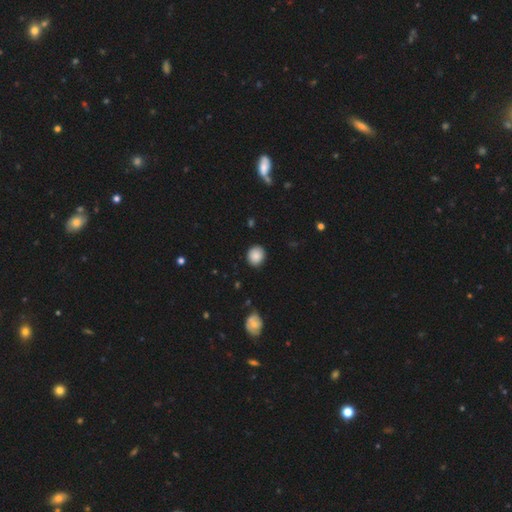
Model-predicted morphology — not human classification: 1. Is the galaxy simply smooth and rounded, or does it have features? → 87% smooth, 8% star or artifact, 5% featured or disk.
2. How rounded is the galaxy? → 76% round, 23% in between, 1% cigar-shaped.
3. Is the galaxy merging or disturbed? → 87% none, 10% minor disturbance, 2% major disturbance, 1% merger.